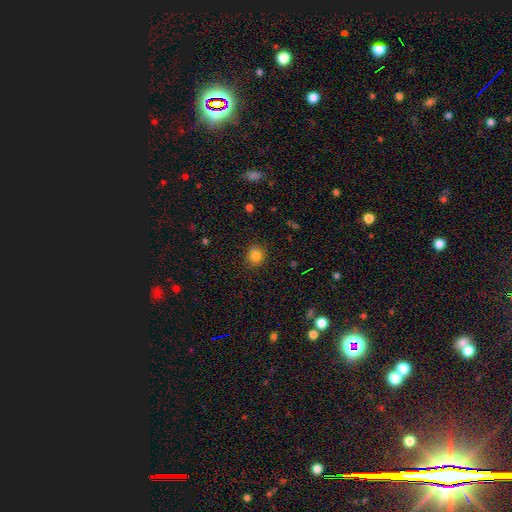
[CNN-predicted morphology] Smooth or featured: smooth — 82% (star or artifact — 12%)
How rounded: round — 82% (in between — 17%)
Merging: none — 88% (minor disturbance — 9%)